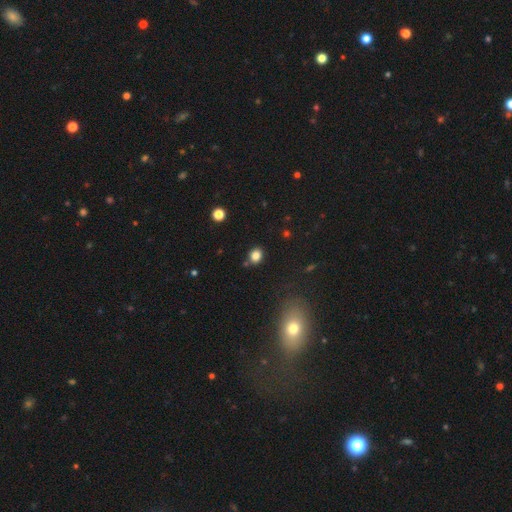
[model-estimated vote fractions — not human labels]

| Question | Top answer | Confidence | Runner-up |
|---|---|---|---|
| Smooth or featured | smooth | 82% | star or artifact (13%) |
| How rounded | round | 70% | in between (29%) |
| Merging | none | 81% | minor disturbance (11%) |